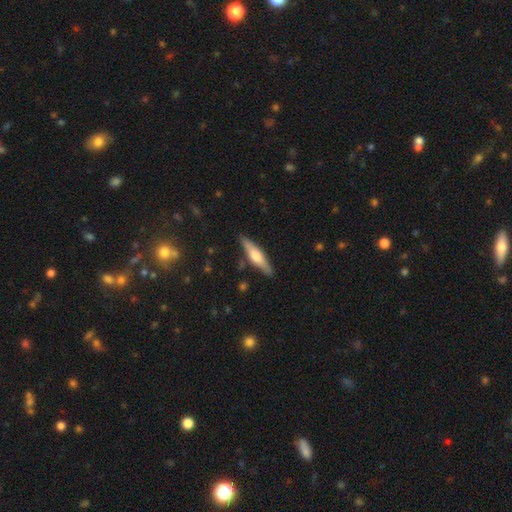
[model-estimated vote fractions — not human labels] A smooth galaxy with no disk features (49%).

Vote fractions:
- Smooth or featured? smooth: 49% / featured or disk: 45% / star or artifact: 6%
- Merging? none: 86% / minor disturbance: 10% / major disturbance: 2% / merger: 2%